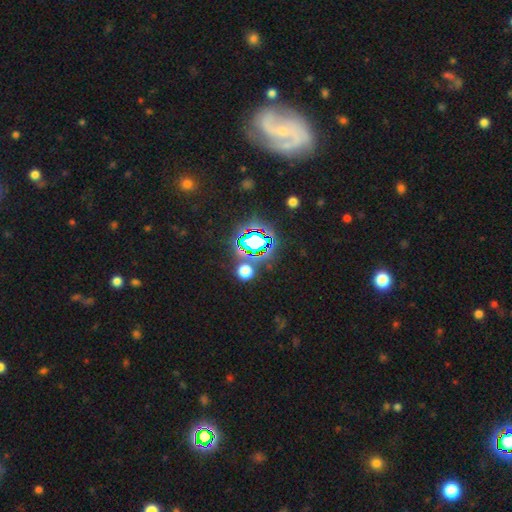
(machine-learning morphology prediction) A star or artifact, not a galaxy (59%).